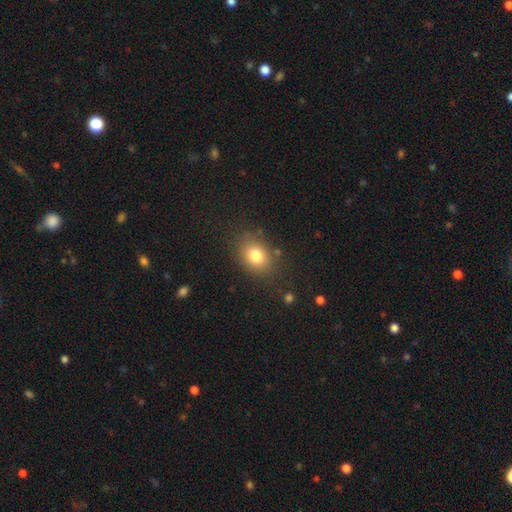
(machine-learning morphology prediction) This appears to be a smooth galaxy with no disk features (79%) that is in between round and cigar-shaped (57%). Merging: none (81%).